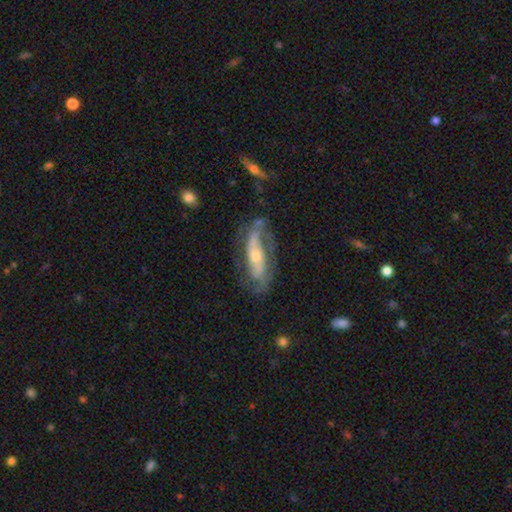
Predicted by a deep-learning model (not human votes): A featured or disk galaxy (77%) with no bar (47%), 2 (72%) medium (40%) spiral arms (86%) and a small central bulge (50%). Merging: none (63%).